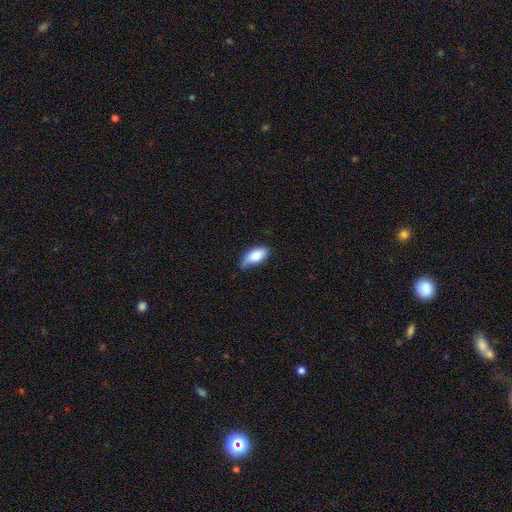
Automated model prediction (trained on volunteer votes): Morphology: type=smooth (82%); roundness=in between (92%); merging=none (53%).